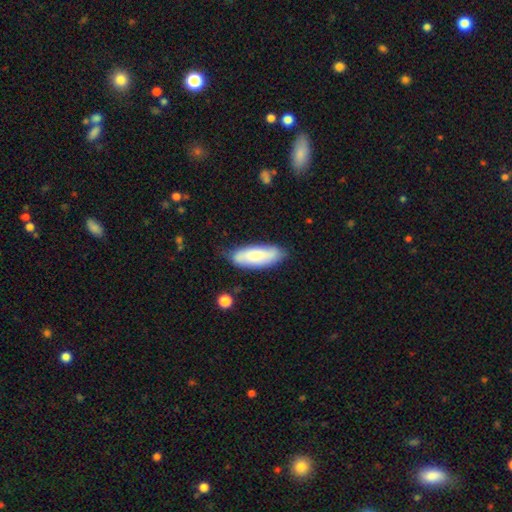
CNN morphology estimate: The model was most divided on "how rounded": in between: 71%, cigar-shaped: 28%, round: 2%. More confident: merging — none (74%); smooth or featured — smooth (74%).